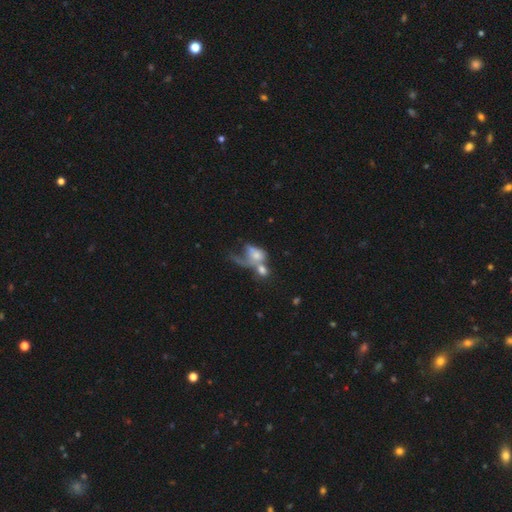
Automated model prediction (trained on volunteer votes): This appears to be a smooth galaxy with no disk features (49%). Merging: merger (49%).